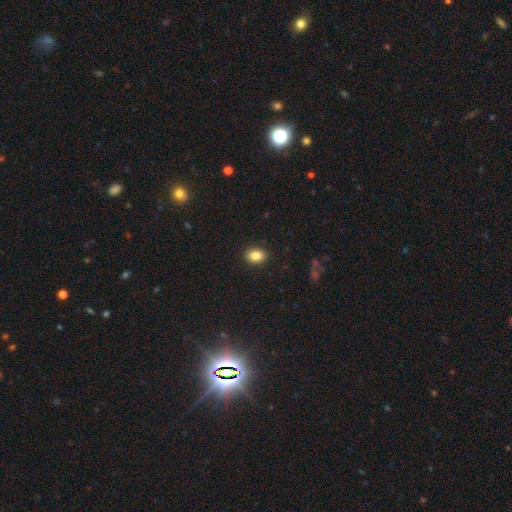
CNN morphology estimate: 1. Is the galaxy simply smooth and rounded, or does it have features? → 86% smooth, 9% star or artifact, 5% featured or disk.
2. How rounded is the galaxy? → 71% in between, 28% round, 1% cigar-shaped.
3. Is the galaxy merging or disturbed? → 89% none, 8% minor disturbance, 2% major disturbance, 1% merger.